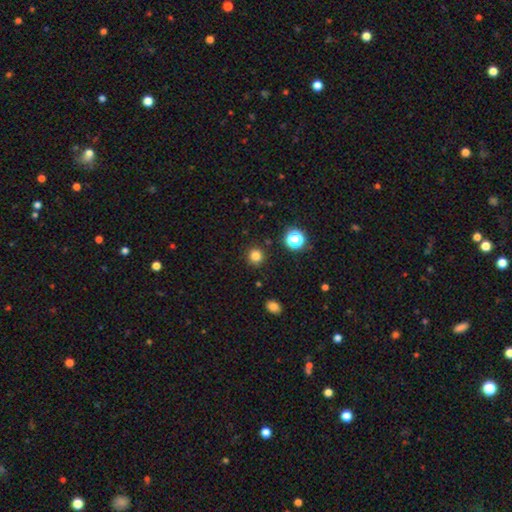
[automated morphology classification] Smooth or featured?
  - smooth: 80% *
  - star or artifact: 15%
  - featured or disk: 5%
How rounded?
  - round: 92% *
  - in between: 7%
  - cigar-shaped: 1%
Merging?
  - none: 90% *
  - minor disturbance: 6%
  - major disturbance: 2%
  - merger: 2%